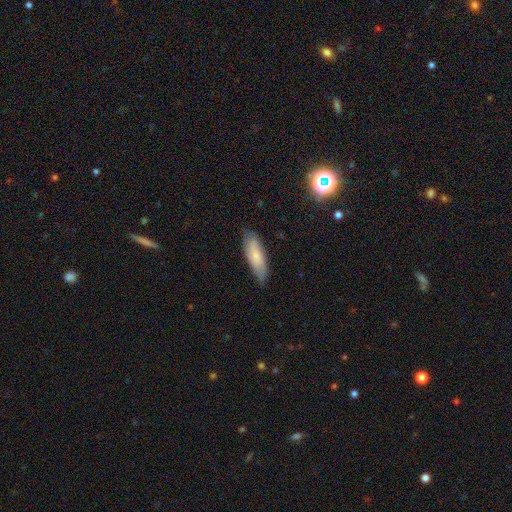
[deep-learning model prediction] Smooth or featured: smooth — 73% (featured or disk — 21%)
How rounded: in between — 51% (cigar-shaped — 47%)
Merging: none — 77% (minor disturbance — 19%)